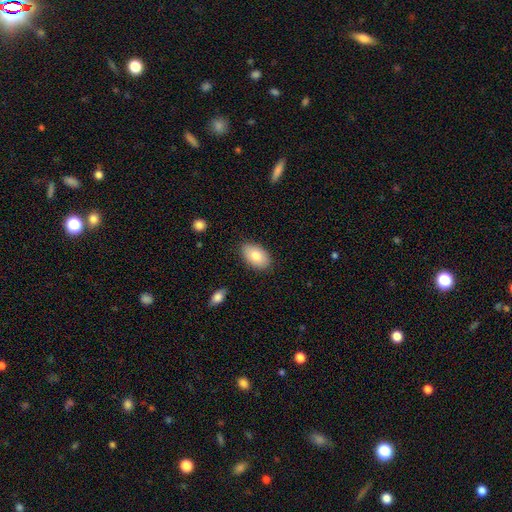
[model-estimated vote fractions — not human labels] smooth 81%, featured or disk 13%, star or artifact 6%. Down the decision tree: how rounded — in between (93%); merging — none (84%).